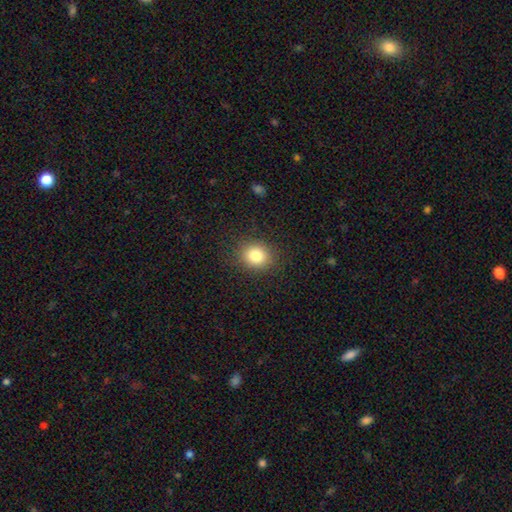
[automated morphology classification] Q: Smooth or featured?
A: smooth (82%); runner-up: star or artifact (11%)
Q: How rounded?
A: round (73%); runner-up: in between (26%)
Q: Merging?
A: none (89%); runner-up: minor disturbance (8%)